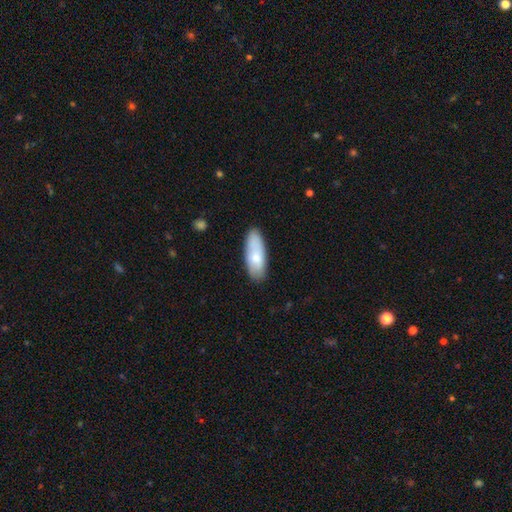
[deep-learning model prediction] smooth_or_featured: smooth (p=0.75) [alt: featured or disk p=0.19]
how_rounded: in between (p=0.75) [alt: cigar-shaped p=0.23]
merging: none (p=0.82) [alt: minor disturbance p=0.14]